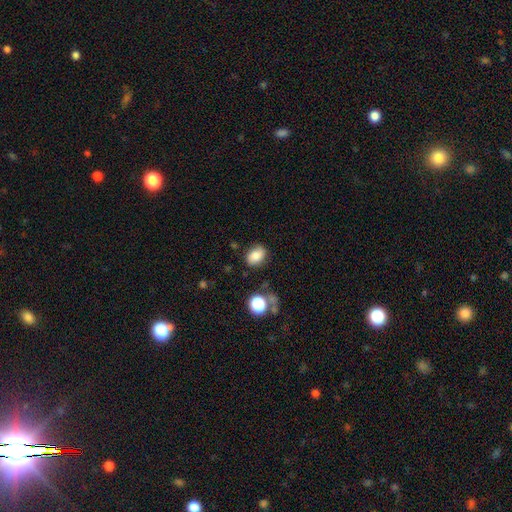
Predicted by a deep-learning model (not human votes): A smooth galaxy with no disk features (82%) that is in between round and cigar-shaped (72%). Merging: none (76%).